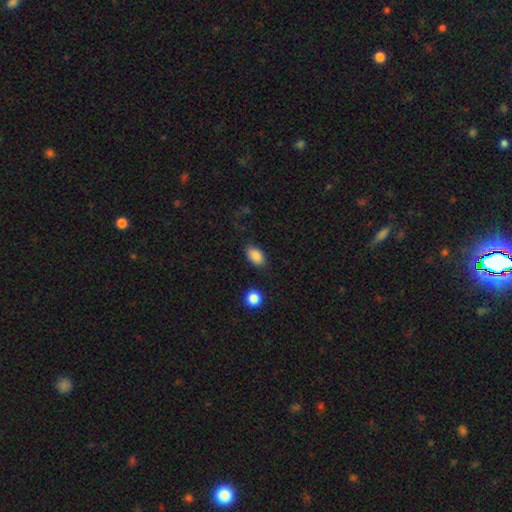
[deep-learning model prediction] smooth 87%, star or artifact 8%, featured or disk 4%. Down the decision tree: how rounded — in between (89%); merging — none (82%).